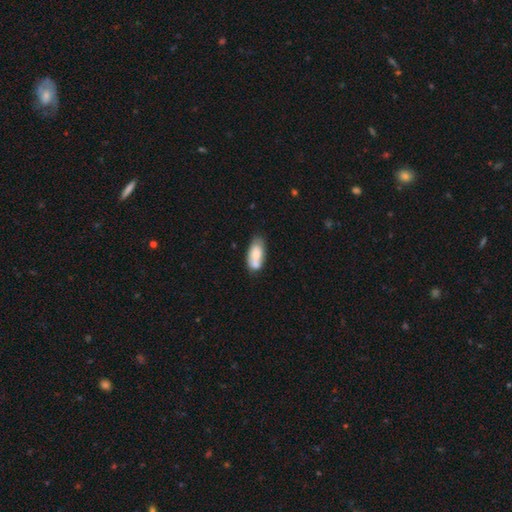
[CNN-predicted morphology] smooth-or-featured: smooth: 70% | featured or disk: 24% | star or artifact: 7%
  how-rounded: in between: 86% | cigar-shaped: 11% | round: 3%
  merging: none: 46% | merger: 30% | minor disturbance: 19% | major disturbance: 5%